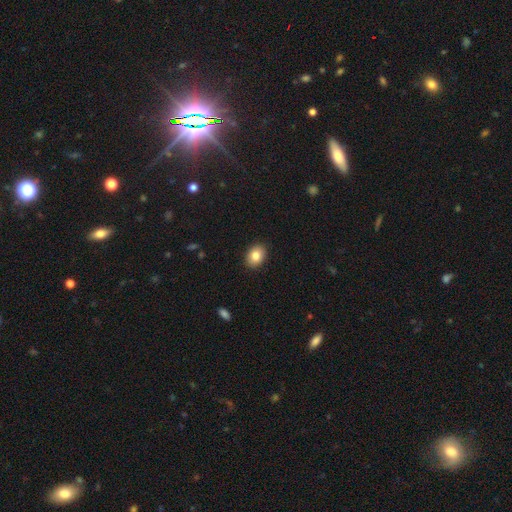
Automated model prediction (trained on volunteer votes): Smooth or featured?
  - smooth: 83% *
  - star or artifact: 9%
  - featured or disk: 9%
How rounded?
  - in between: 69% *
  - round: 30%
  - cigar-shaped: 1%
Merging?
  - none: 90% *
  - minor disturbance: 7%
  - major disturbance: 2%
  - merger: 1%